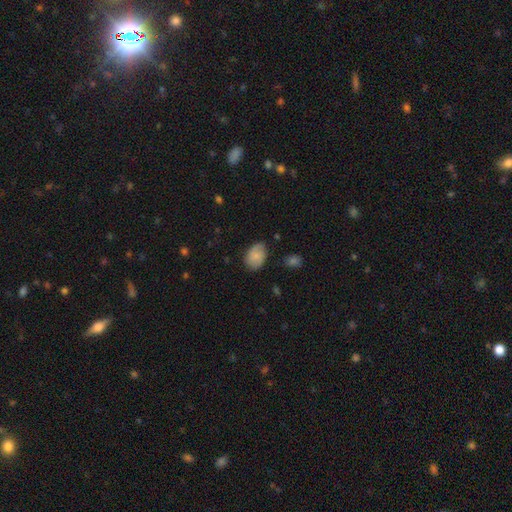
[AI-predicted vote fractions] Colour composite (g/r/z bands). It shows a smooth galaxy with no disk features (70%) that is in between round and cigar-shaped (82%). Merging: none (71%).